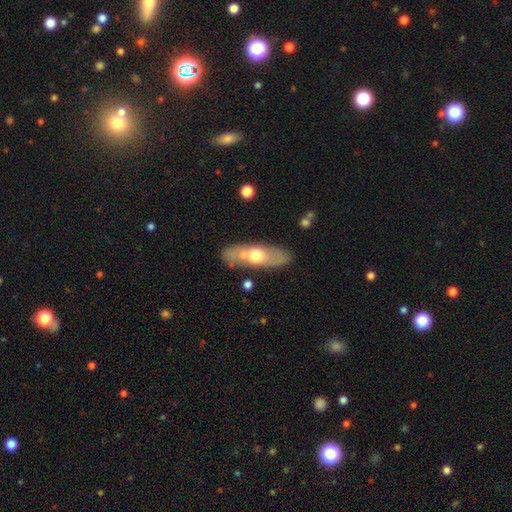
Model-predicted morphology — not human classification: A smooth galaxy with no disk features (52%) that is in between round and cigar-shaped (56%). Merging: none (69%).